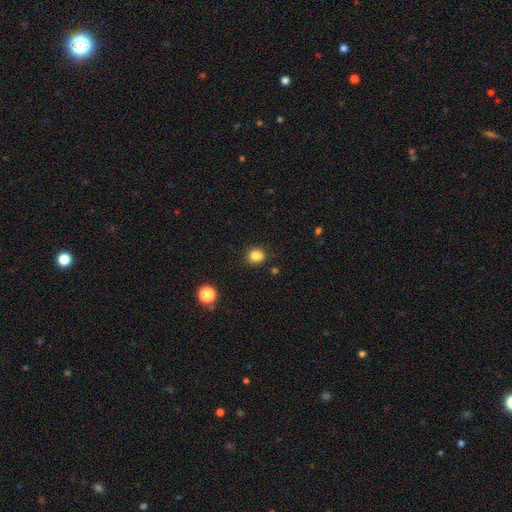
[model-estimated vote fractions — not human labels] The model was most divided on "how rounded": round: 64%, in between: 35%, cigar-shaped: 1%. More confident: smooth or featured — smooth (84%); merging — none (79%).